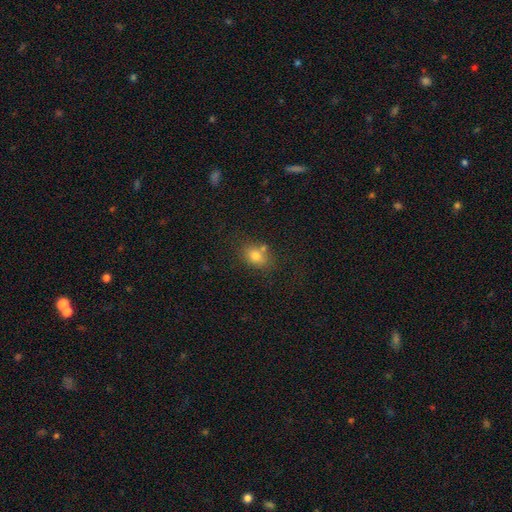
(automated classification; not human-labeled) Morphology: type=smooth (78%); roundness=in between (63%); merging=none (67%).